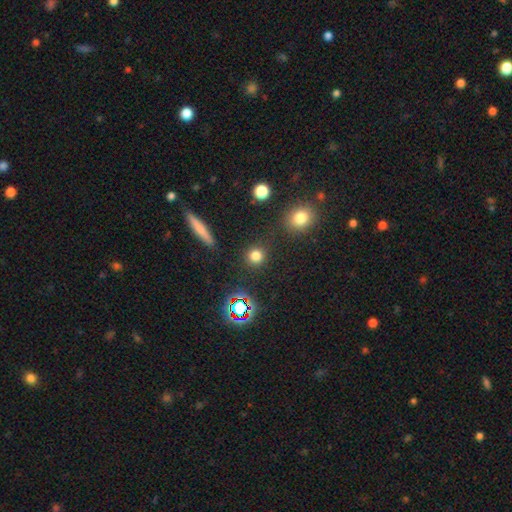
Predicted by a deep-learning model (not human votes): smooth 77%, star or artifact 17%, featured or disk 6%. Down the decision tree: how rounded — round (91%); merging — none (89%).